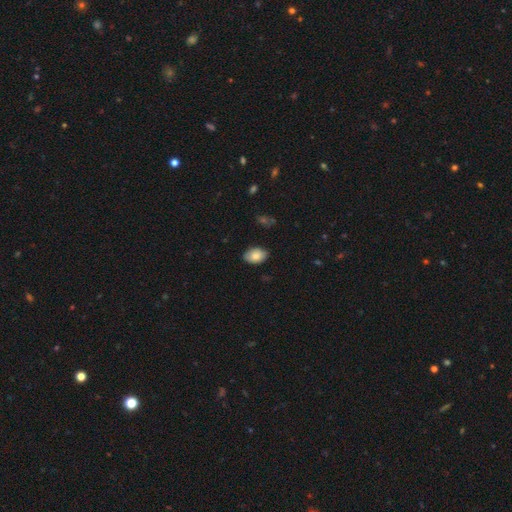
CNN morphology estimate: A smooth galaxy with no disk features (85%) that is in between round and cigar-shaped (88%). Merging: none (84%).